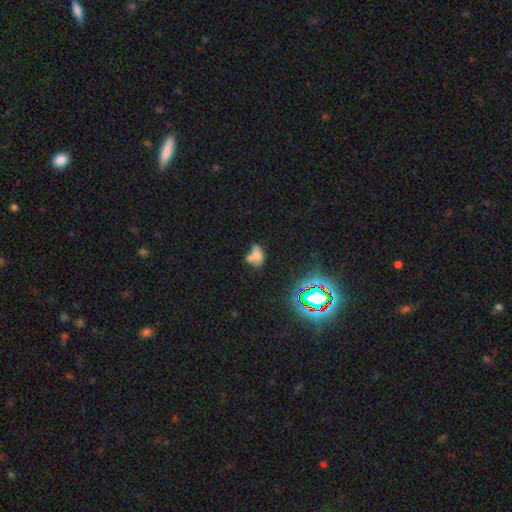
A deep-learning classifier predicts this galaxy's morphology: This is possibly a smooth galaxy (55%). How rounded: clearly in between (80%). Merging: marginally merger (35%).